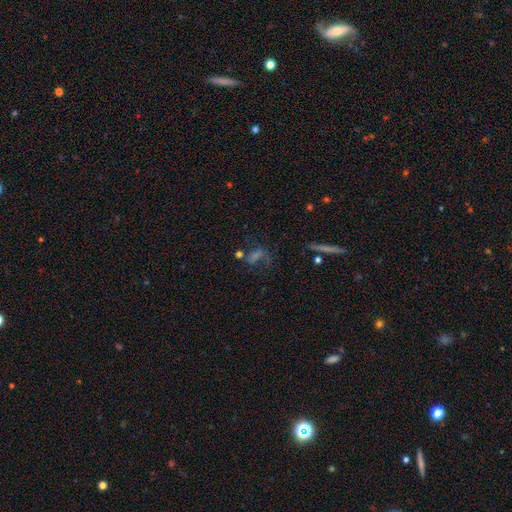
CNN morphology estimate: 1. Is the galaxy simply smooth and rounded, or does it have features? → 40% featured or disk, 30% smooth, 30% star or artifact.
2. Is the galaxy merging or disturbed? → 51% none, 23% major disturbance, 17% minor disturbance, 9% merger.